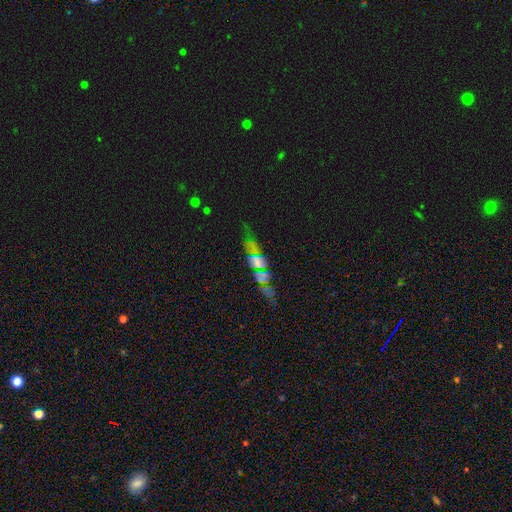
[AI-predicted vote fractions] Overall: featured or disk (48%; star or artifact 27%). Merging: none (74%).